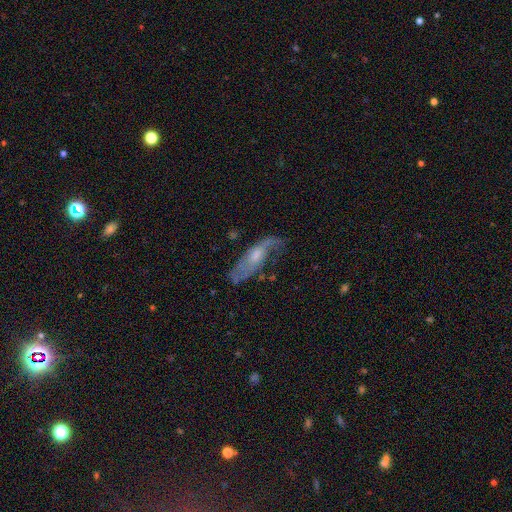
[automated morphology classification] This is likely a featured or disk galaxy (70%). It is likely not viewed edge-on (78%). Bar: likely no (64%). Spiral arm pattern: clearly yes (84%). Central bulge: possibly moderate (51%). Merging: possibly none (57%).